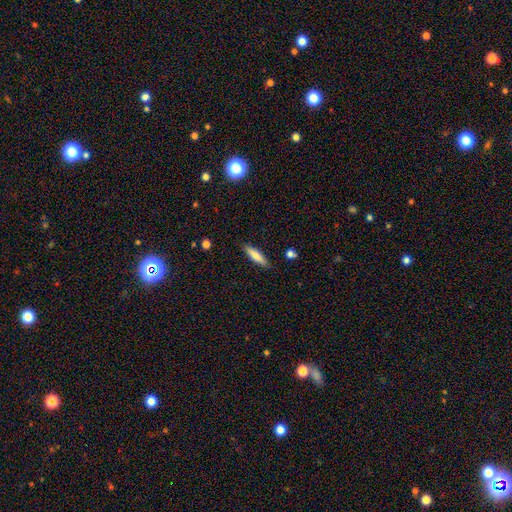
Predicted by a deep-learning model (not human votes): Smooth or featured? smooth (75%)
How rounded? cigar-shaped (74%)
Merging? none (87%)